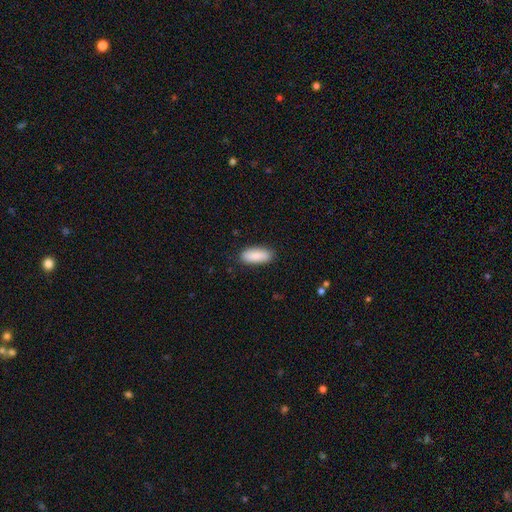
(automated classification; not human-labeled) This appears to be a smooth galaxy with no disk features (89%) that is in between round and cigar-shaped (78%). Merging: none (86%).